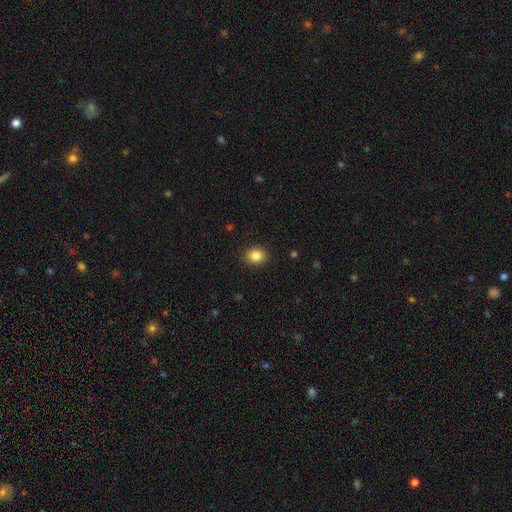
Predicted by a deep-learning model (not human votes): Smooth or featured? Predicted: smooth (p=0.86). How rounded? Predicted: round (p=0.60). Merging? Predicted: none (p=0.90).